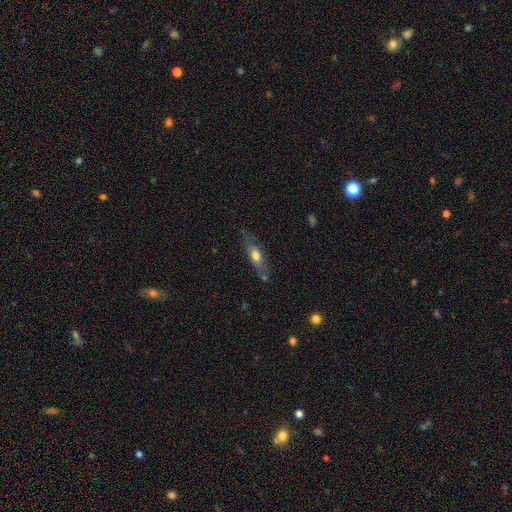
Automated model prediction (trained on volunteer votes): Smooth or featured: smooth — 57% (featured or disk — 36%)
How rounded: in between — 49% (cigar-shaped — 47%)
Merging: none — 64% (minor disturbance — 23%)